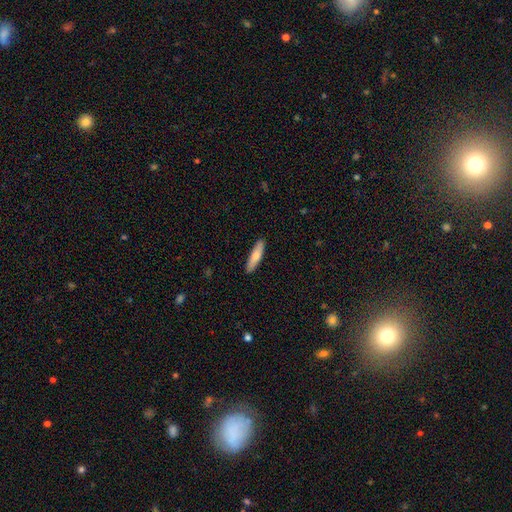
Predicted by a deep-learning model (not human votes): The model was most divided on "smooth or featured": smooth: 75%, featured or disk: 19%, star or artifact: 5%. More confident: merging — none (90%); how rounded — cigar-shaped (79%).